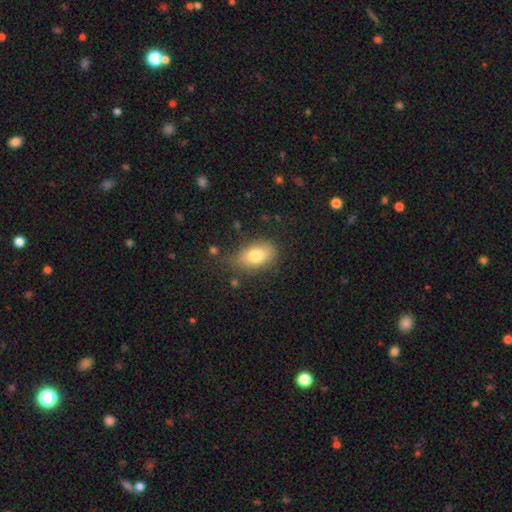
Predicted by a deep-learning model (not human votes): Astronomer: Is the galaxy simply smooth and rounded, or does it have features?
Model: smooth — 79%.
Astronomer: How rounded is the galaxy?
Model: in between — 88%.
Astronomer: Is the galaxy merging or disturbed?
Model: none — 68%.